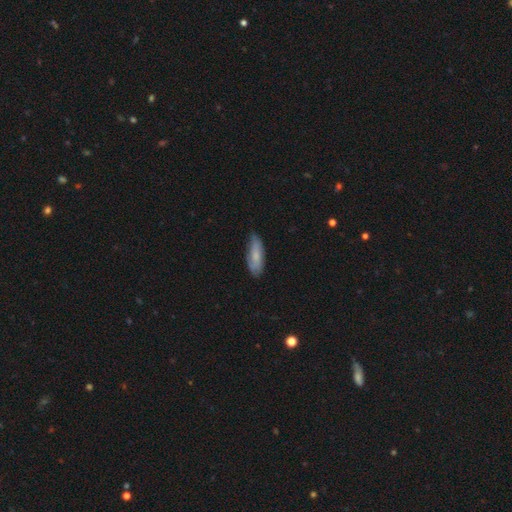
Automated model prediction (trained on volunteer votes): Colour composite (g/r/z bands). It shows a smooth galaxy with no disk features (73%) that is in between round and cigar-shaped (62%). Merging: none (69%).